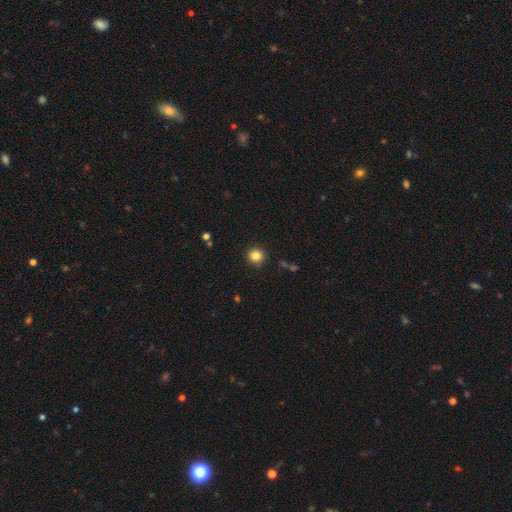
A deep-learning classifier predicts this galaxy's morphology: smooth-or-featured: smooth: 83% | star or artifact: 11% | featured or disk: 5%
  how-rounded: round: 94% | in between: 5% | cigar-shaped: 1%
  merging: none: 91% | minor disturbance: 6% | major disturbance: 2% | merger: 1%